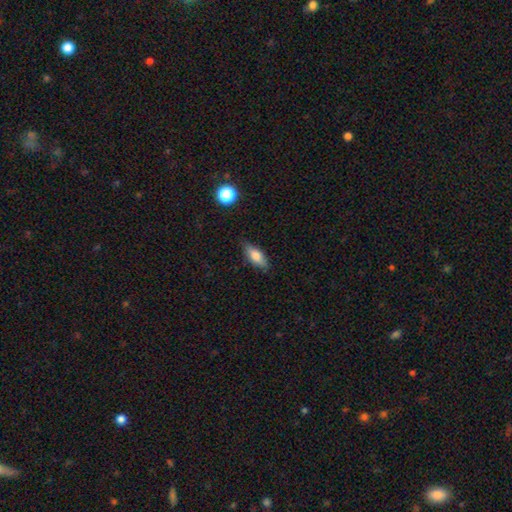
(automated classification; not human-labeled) Smooth or featured? Predicted: smooth (p=0.74). How rounded? Predicted: in between (p=0.71). Merging? Predicted: none (p=0.83).